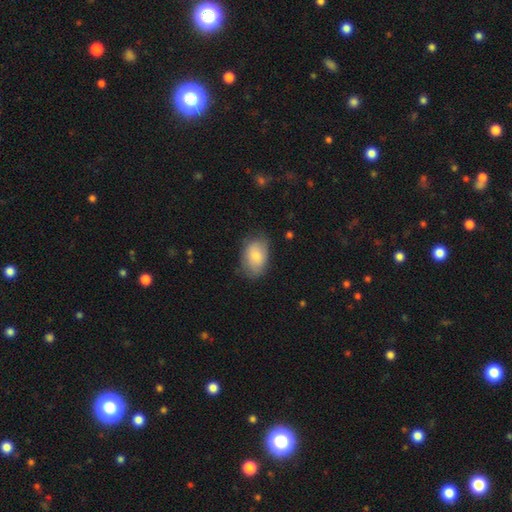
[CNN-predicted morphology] Smooth or featured? smooth (80%)
How rounded? in between (86%)
Merging? none (69%)